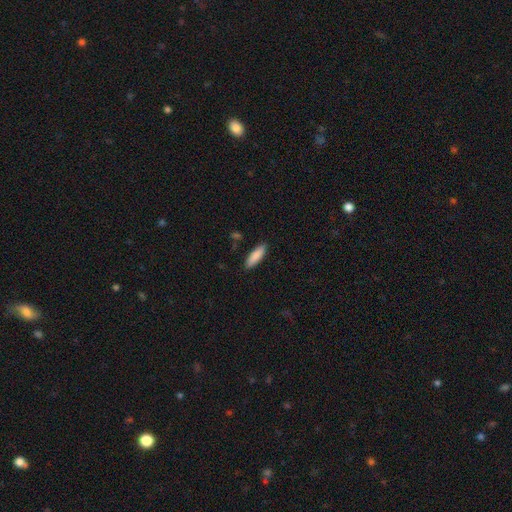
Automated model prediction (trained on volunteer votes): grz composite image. It shows a smooth galaxy with no disk features (87%) that is in between round and cigar-shaped (50%). Merging: none (88%).